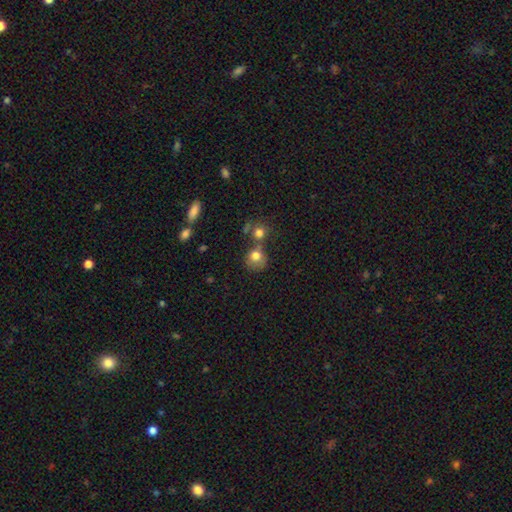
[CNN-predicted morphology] smooth 76%, featured or disk 13%, star or artifact 11%. Down the decision tree: how rounded — round (79%); merging — none (44%).